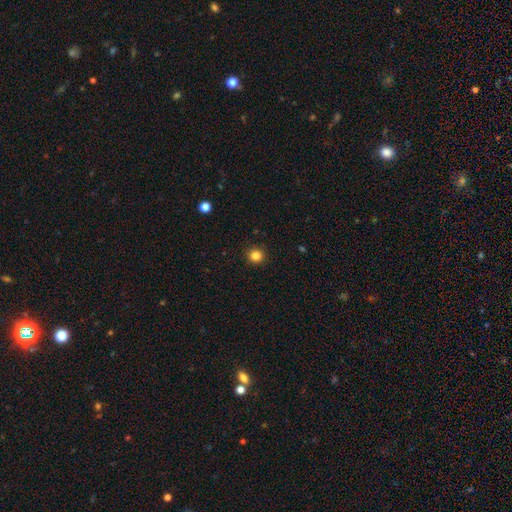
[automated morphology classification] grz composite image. It shows a smooth galaxy with no disk features (84%) that is round (93%). Merging: none (92%).